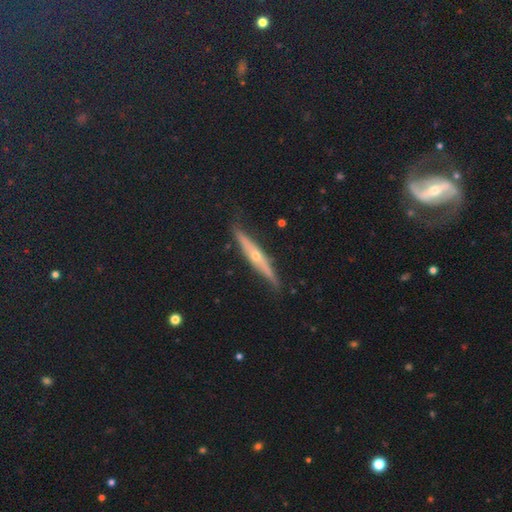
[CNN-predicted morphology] smooth_or_featured: featured or disk (p=0.70) [alt: smooth p=0.20]
disk_edge_on: yes (p=0.94) [alt: no p=0.06]
edge_on_bulge: rounded (p=0.82) [alt: none p=0.14]
merging: none (p=0.86) [alt: minor disturbance p=0.10]